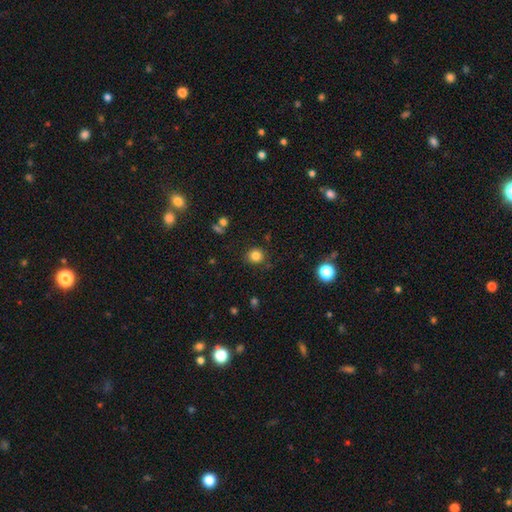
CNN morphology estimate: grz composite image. It shows a smooth galaxy with no disk features (83%) that is round (89%). Merging: none (86%).